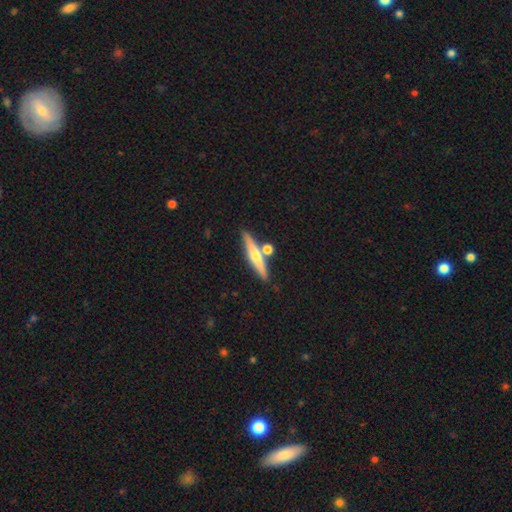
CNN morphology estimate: This appears to be a featured or disk galaxy (51%) viewed edge-on (94%). Merging: none (73%).